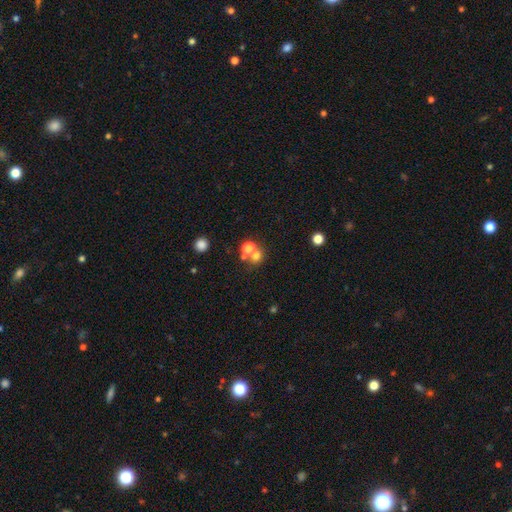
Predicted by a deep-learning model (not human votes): Q: Smooth or featured?
A: smooth (68%); runner-up: star or artifact (20%)
Q: How rounded?
A: round (81%); runner-up: in between (18%)
Q: Merging?
A: none (50%); runner-up: merger (39%)